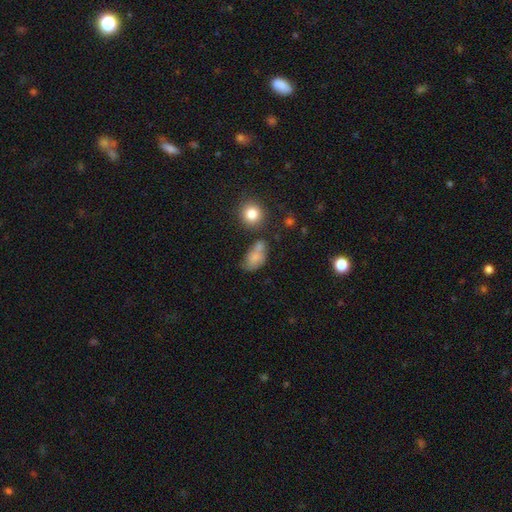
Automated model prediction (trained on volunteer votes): Smooth or featured? Predicted: smooth (p=0.74). How rounded? Predicted: in between (p=0.83). Merging? Predicted: none (p=0.36).